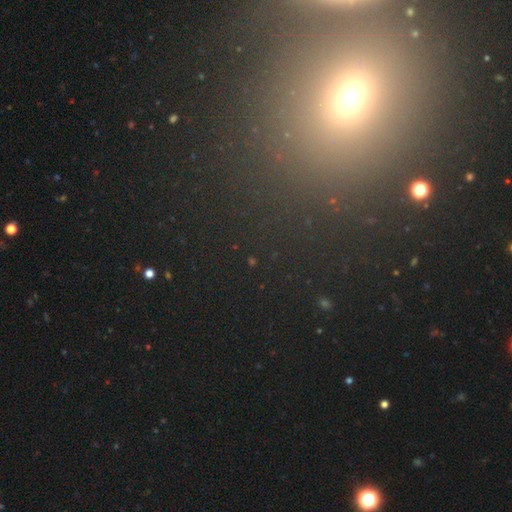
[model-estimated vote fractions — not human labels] Overall: star or artifact (55%; smooth 33%).